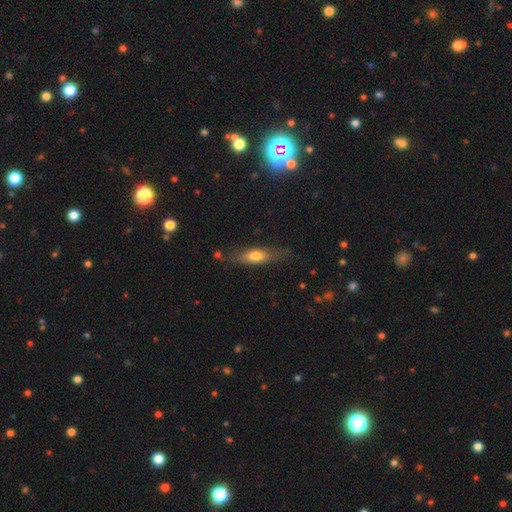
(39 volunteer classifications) This is likely a smooth galaxy (69%). How rounded: likely in between (67%). Merging: likely none (76%).